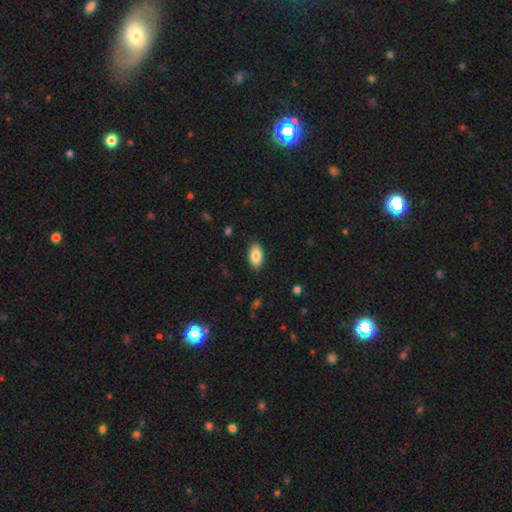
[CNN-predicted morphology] A smooth galaxy with no disk features (86%) that is in between round and cigar-shaped (94%).

Vote fractions:
- Smooth or featured? smooth: 86% / star or artifact: 7% / featured or disk: 7%
- How rounded? in between: 94% / round: 4% / cigar-shaped: 2%
- Merging? none: 88% / minor disturbance: 9% / major disturbance: 2% / merger: 1%